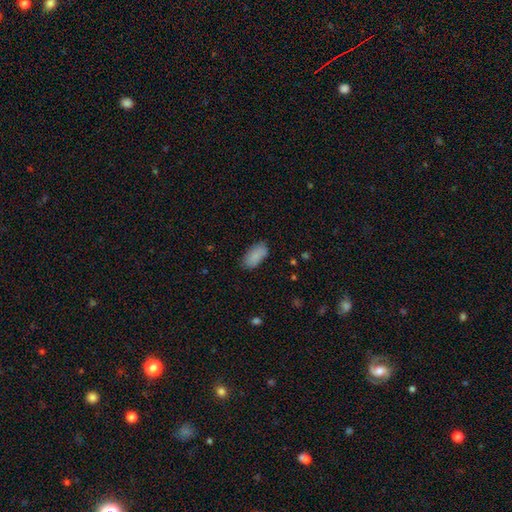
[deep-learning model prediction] Q: Smooth or featured?
A: smooth (87%); runner-up: star or artifact (7%)
Q: How rounded?
A: in between (93%); runner-up: cigar-shaped (5%)
Q: Merging?
A: none (78%); runner-up: minor disturbance (17%)